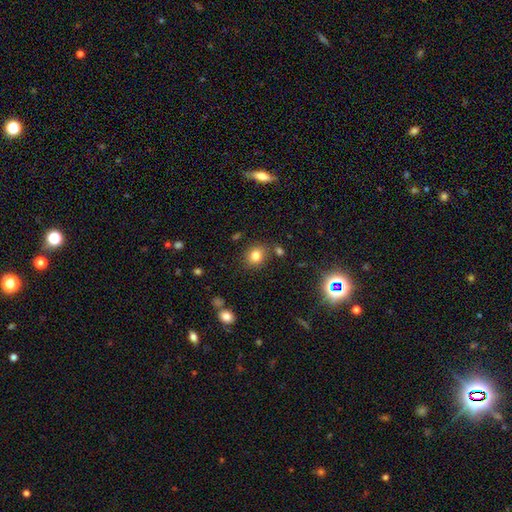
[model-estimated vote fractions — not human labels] The model was most divided on "how rounded": round: 66%, in between: 33%, cigar-shaped: 1%. More confident: merging — none (80%); smooth or featured — smooth (79%).